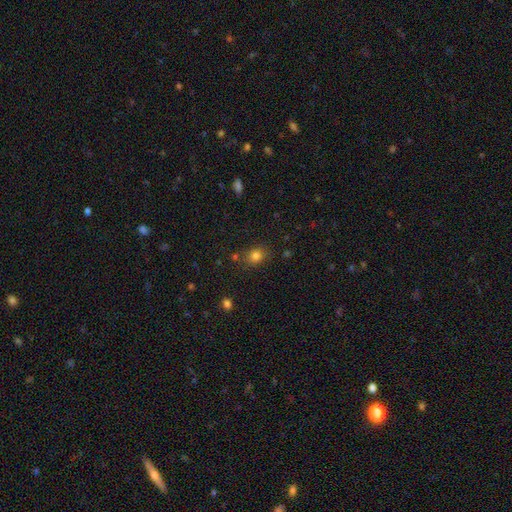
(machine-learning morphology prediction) smooth 80%, star or artifact 14%, featured or disk 6%. Down the decision tree: how rounded — round (64%); merging — none (78%).